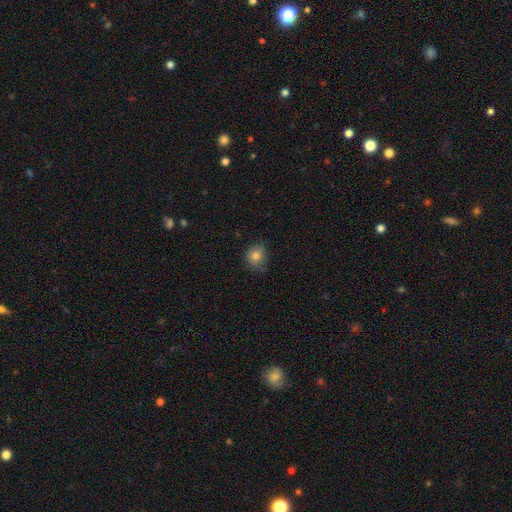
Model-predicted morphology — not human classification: A smooth galaxy with no disk features (81%) that is round (76%). Merging: none (68%).